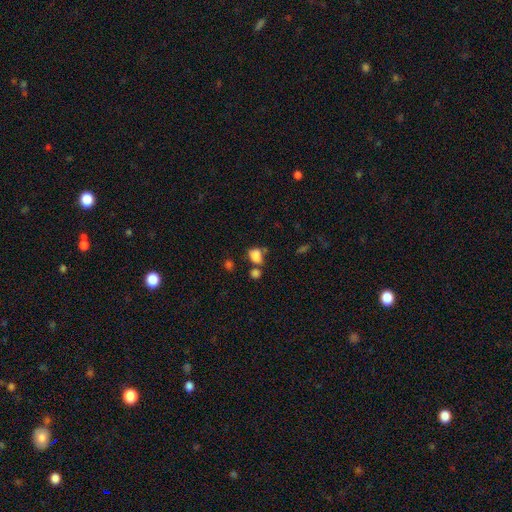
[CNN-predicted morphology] type=smooth (80%); roundness=in between (64%); merging=none (41%).